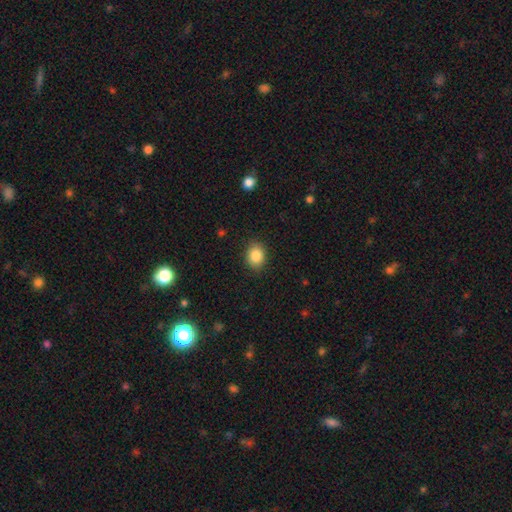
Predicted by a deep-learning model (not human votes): Overall: smooth (86%). How rounded: round (50%; in between 49%). Merging: none (87%).